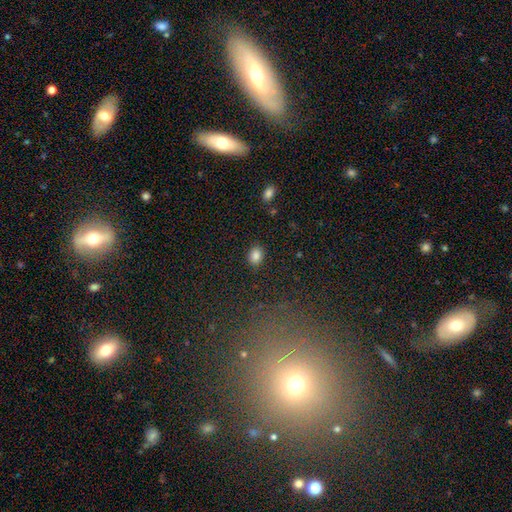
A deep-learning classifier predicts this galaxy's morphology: This appears to be a smooth galaxy with no disk features (85%) that is in between round and cigar-shaped (60%). Merging: none (86%).